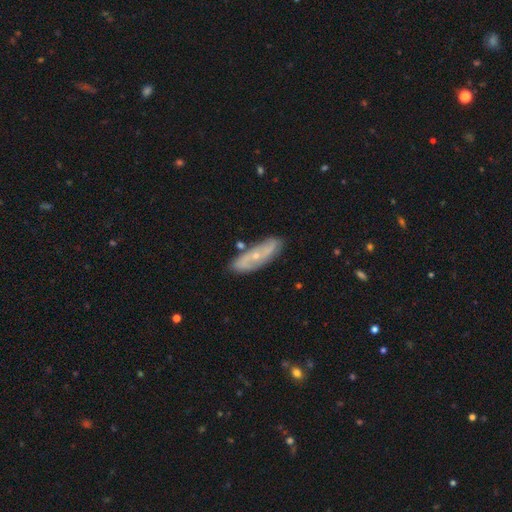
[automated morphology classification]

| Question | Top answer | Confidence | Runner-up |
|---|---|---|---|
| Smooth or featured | featured or disk | 64% | smooth (28%) |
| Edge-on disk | no | 77% | yes (23%) |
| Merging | none | 81% | minor disturbance (13%) |